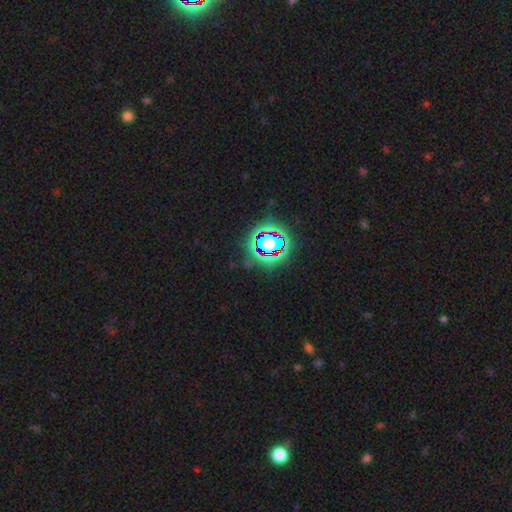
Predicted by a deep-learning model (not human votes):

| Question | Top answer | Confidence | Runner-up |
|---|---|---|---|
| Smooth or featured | star or artifact | 79% | smooth (12%) |